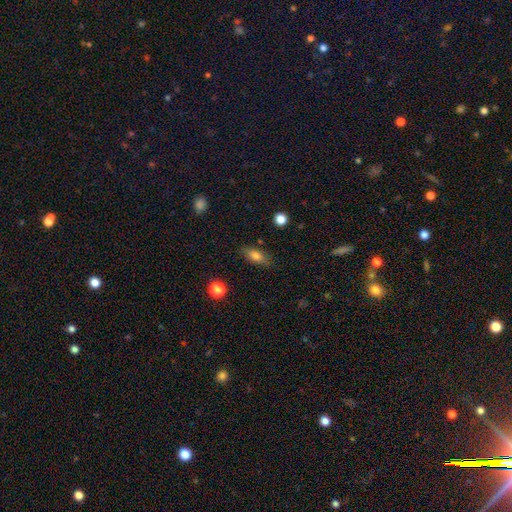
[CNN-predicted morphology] Overall: smooth (77%). How rounded: in between (78%). Merging: none (83%).